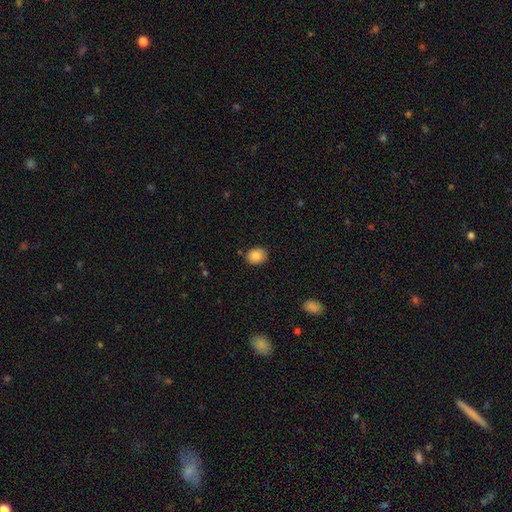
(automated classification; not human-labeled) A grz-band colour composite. It shows a smooth galaxy with no disk features (85%) that is round (60%). Merging: none (84%).